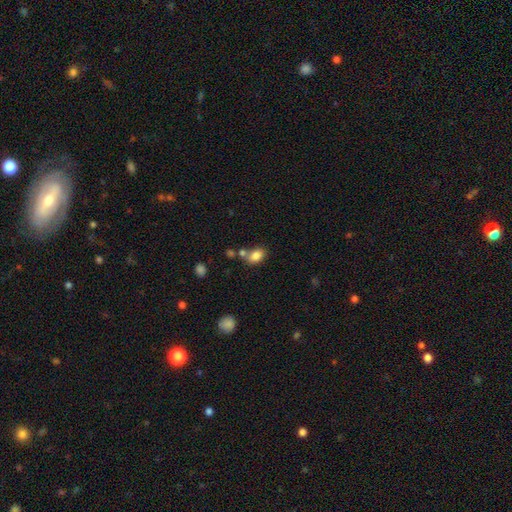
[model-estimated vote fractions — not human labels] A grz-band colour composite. It shows a smooth galaxy with no disk features (82%) that is in between round and cigar-shaped (78%). Merging: none (56%).